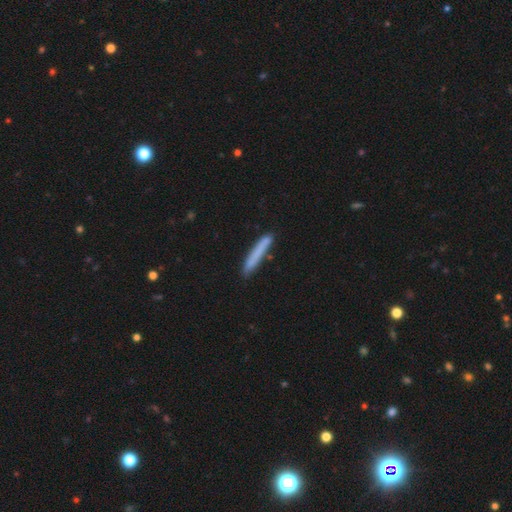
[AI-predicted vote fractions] This appears to be a smooth galaxy with no disk features (75%) that is cigar-shaped (96%). Merging: none (81%).